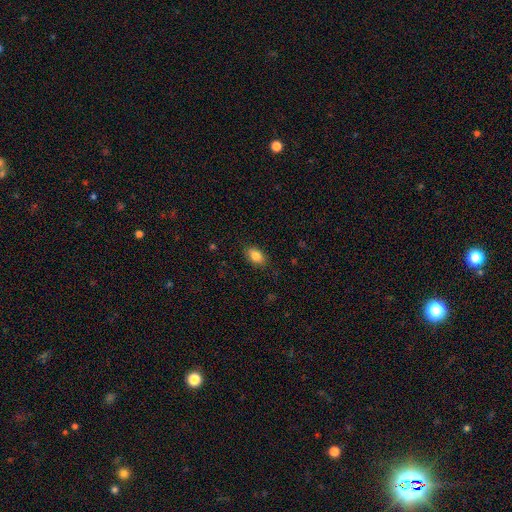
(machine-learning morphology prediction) The model was most divided on "merging": none: 86%, minor disturbance: 10%, major disturbance: 3%, merger: 1%. More confident: how rounded — in between (88%); smooth or featured — smooth (84%).